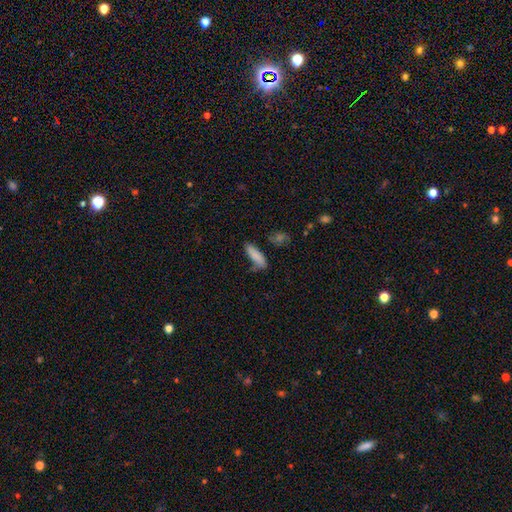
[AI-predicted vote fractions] Q: Smooth or featured?
A: smooth (85%); runner-up: featured or disk (8%)
Q: How rounded?
A: cigar-shaped (55%); runner-up: in between (43%)
Q: Merging?
A: none (67%); runner-up: minor disturbance (21%)